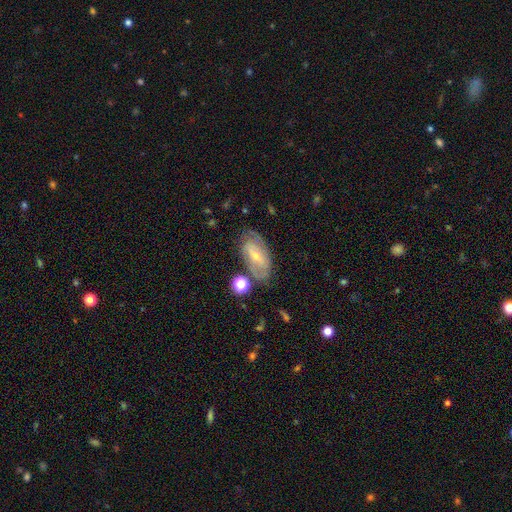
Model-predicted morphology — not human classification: Smooth or featured? featured or disk (66%)
Edge-on disk? no (92%)
Bar? weak (39%)
Spiral arms? yes (76%)
Bulge size? small (64%)
Merging? none (67%)